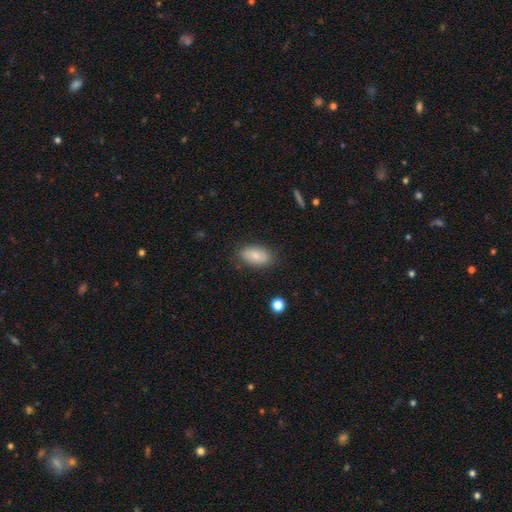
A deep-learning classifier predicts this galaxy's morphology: Smooth or featured: smooth — 83% (featured or disk — 10%)
How rounded: in between — 93% (round — 5%)
Merging: none — 82% (minor disturbance — 13%)